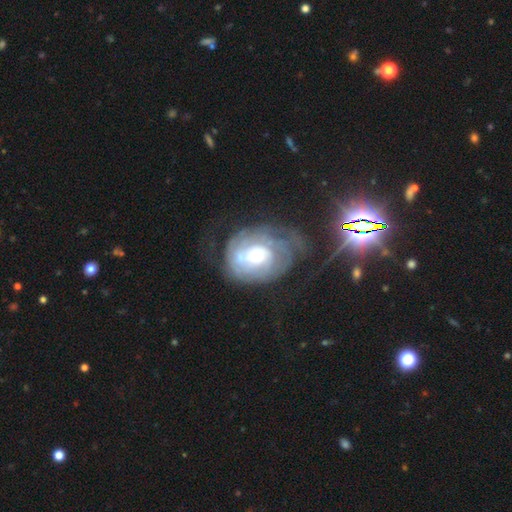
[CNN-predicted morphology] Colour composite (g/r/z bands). It shows a featured or disk galaxy (76%) with no bar (76%), tight (63%) spiral arms (83%) and a moderate central bulge (44%). Merging: none (39%).